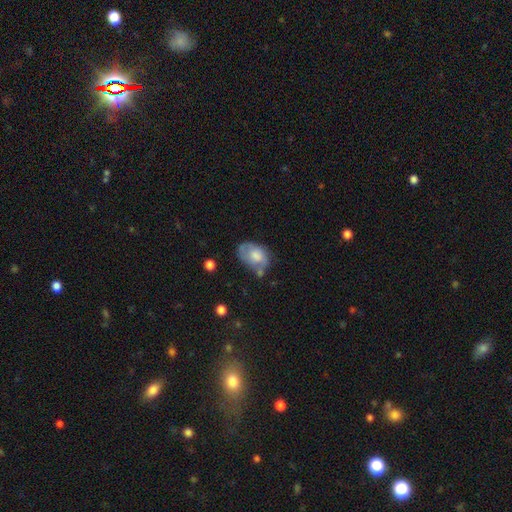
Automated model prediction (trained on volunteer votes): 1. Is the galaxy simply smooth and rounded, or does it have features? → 63% smooth, 29% featured or disk, 7% star or artifact.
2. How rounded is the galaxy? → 86% in between, 13% round, 1% cigar-shaped.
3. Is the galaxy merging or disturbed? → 43% none, 33% minor disturbance, 14% major disturbance, 10% merger.